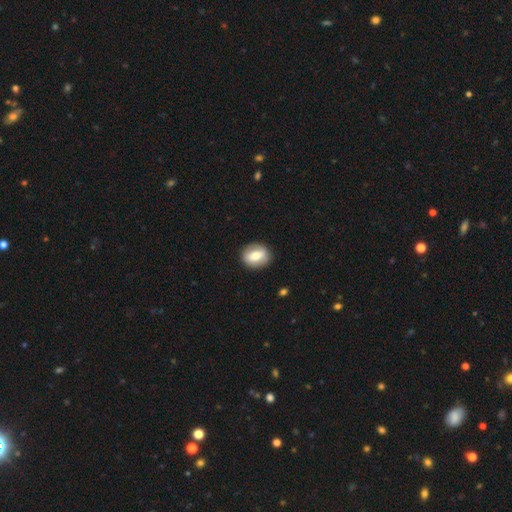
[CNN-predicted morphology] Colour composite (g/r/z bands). It shows a smooth galaxy with no disk features (58%) that is round (60%). Merging: none (88%).